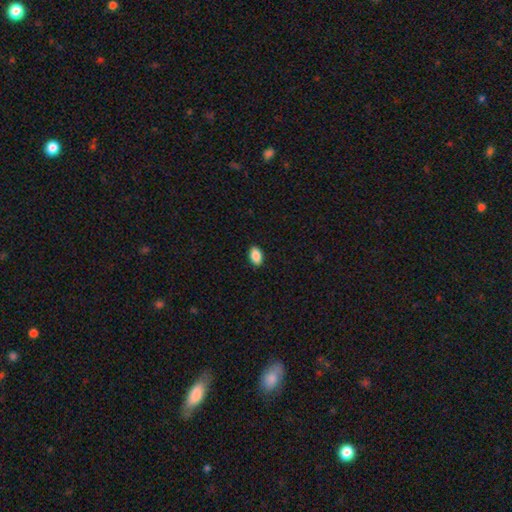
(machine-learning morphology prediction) Smooth or featured? smooth (89%)
How rounded? in between (92%)
Merging? none (90%)